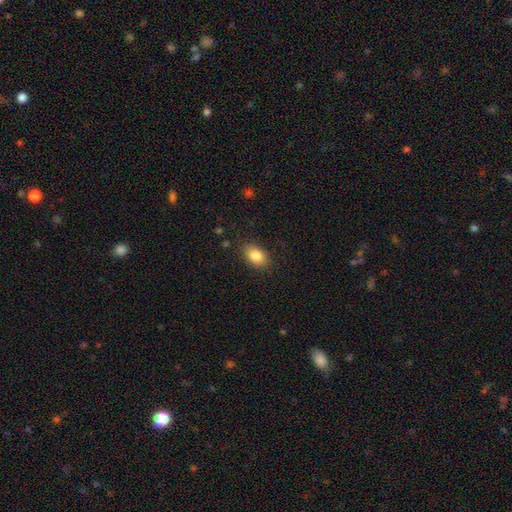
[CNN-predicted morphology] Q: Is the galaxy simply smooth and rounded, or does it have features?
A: smooth — 84%.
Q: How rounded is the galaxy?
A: in between — 84%.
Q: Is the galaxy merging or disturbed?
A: none — 85%.